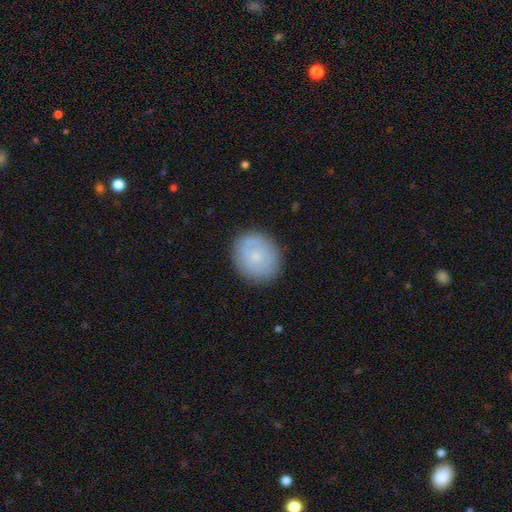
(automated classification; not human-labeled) Overall: smooth (67%). How rounded: round (63%; in between 36%). Merging: none (84%).